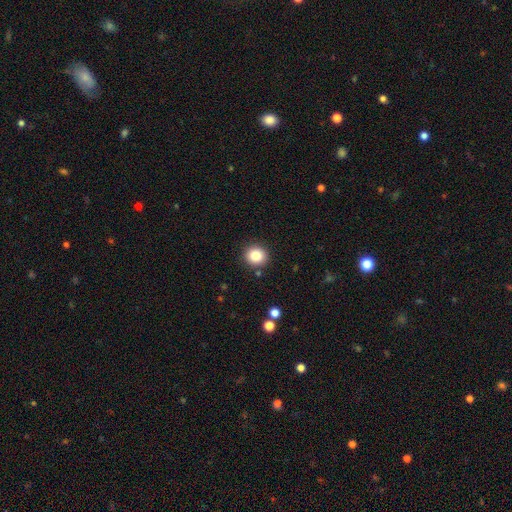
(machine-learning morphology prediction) Smooth or featured? Predicted: smooth (p=0.85). How rounded? Predicted: round (p=0.89). Merging? Predicted: none (p=0.89).